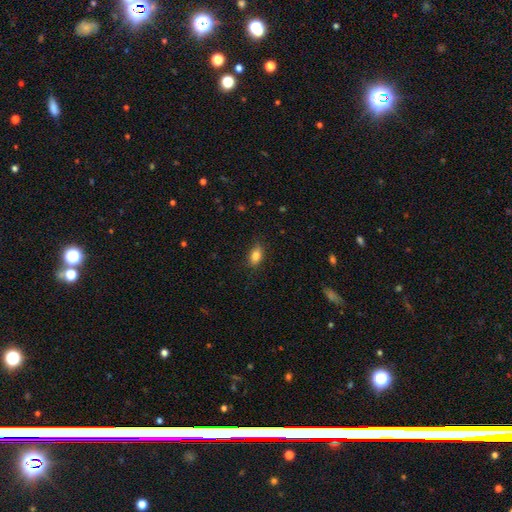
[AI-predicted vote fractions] smooth 84%, star or artifact 8%, featured or disk 8%. Down the decision tree: how rounded — in between (86%); merging — none (83%).